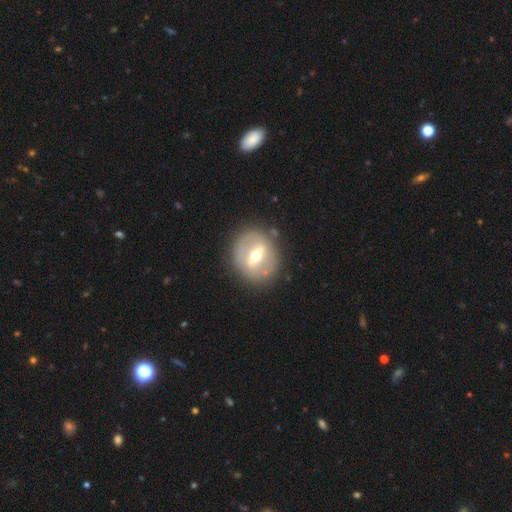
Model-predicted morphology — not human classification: A featured or disk galaxy (65%) with a strong bar (56%), no spiral arms (78%) and a moderate central bulge (66%). Merging: none (81%).